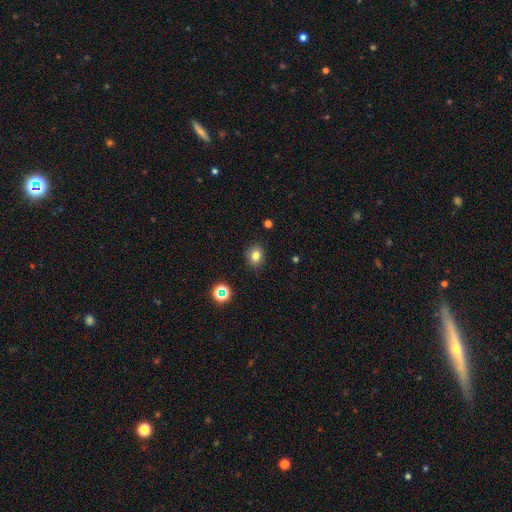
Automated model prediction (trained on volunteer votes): smooth_or_featured: smooth (p=0.78) [alt: star or artifact p=0.14]
how_rounded: round (p=0.50) [alt: in between p=0.49]
merging: none (p=0.87) [alt: minor disturbance p=0.10]